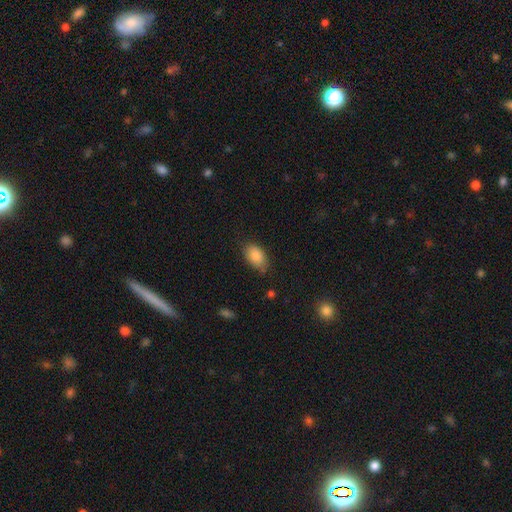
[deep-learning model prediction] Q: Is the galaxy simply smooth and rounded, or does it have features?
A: smooth — 86%.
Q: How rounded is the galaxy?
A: in between — 91%.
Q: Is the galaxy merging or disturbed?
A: none — 74%.